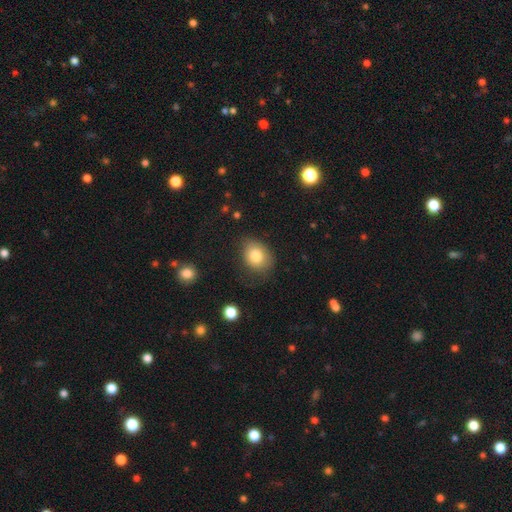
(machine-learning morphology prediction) smooth-or-featured: smooth: 80% | featured or disk: 11% | star or artifact: 9%
  how-rounded: in between: 55% | round: 44% | cigar-shaped: 1%
  merging: none: 67% | minor disturbance: 24% | major disturbance: 7% | merger: 2%